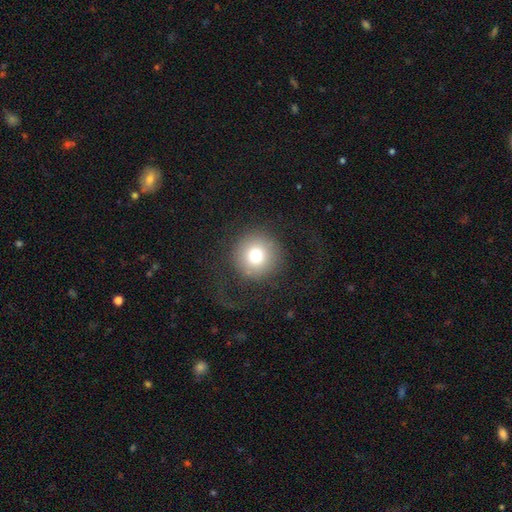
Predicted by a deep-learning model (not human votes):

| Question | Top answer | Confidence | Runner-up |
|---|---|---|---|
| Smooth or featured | smooth | 74% | featured or disk (14%) |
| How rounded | round | 95% | in between (4%) |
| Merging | none | 73% | major disturbance (15%) |